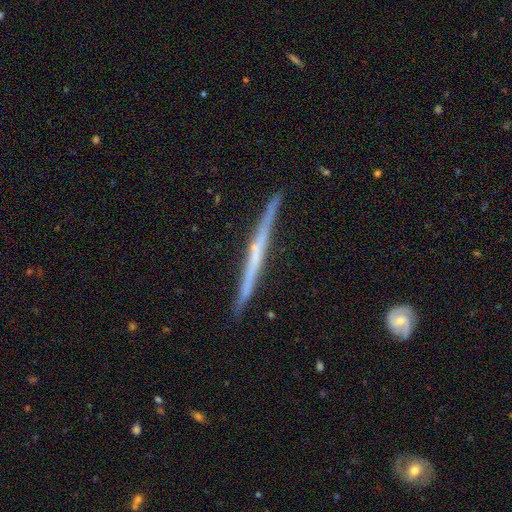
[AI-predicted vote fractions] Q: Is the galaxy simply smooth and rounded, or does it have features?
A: featured or disk — 71%.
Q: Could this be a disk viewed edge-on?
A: yes — 98%.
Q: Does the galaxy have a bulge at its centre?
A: none — 71%.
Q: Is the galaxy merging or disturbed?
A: none — 90%.